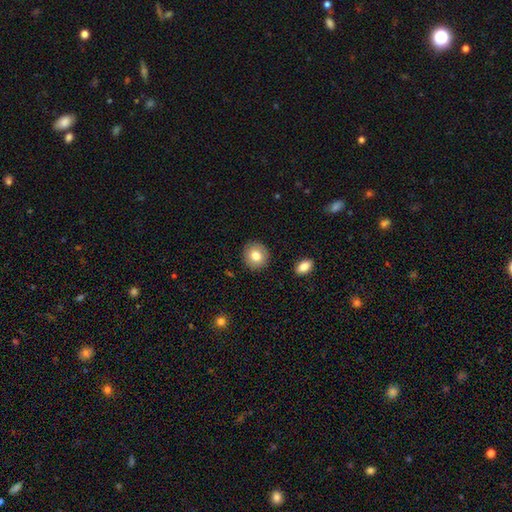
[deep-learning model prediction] A smooth galaxy with no disk features (79%) that is round (86%).

Vote fractions:
- Smooth or featured? smooth: 79% / featured or disk: 12% / star or artifact: 9%
- How rounded? round: 86% / in between: 13% / cigar-shaped: 1%
- Merging? none: 90% / minor disturbance: 7% / major disturbance: 2% / merger: 1%